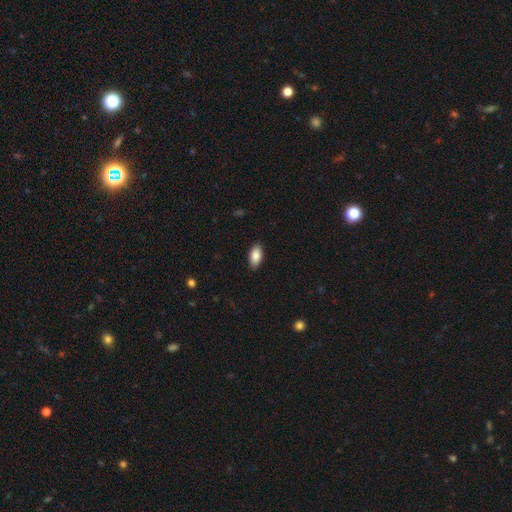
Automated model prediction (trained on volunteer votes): The model was most divided on "merging": none: 88%, minor disturbance: 9%, major disturbance: 2%, merger: 1%. More confident: how rounded — in between (93%); smooth or featured — smooth (87%).